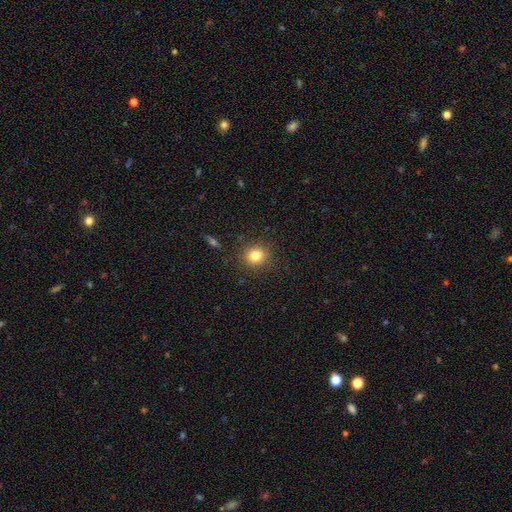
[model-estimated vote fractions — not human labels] smooth 81%, star or artifact 12%, featured or disk 7%. Down the decision tree: how rounded — round (85%); merging — none (88%).